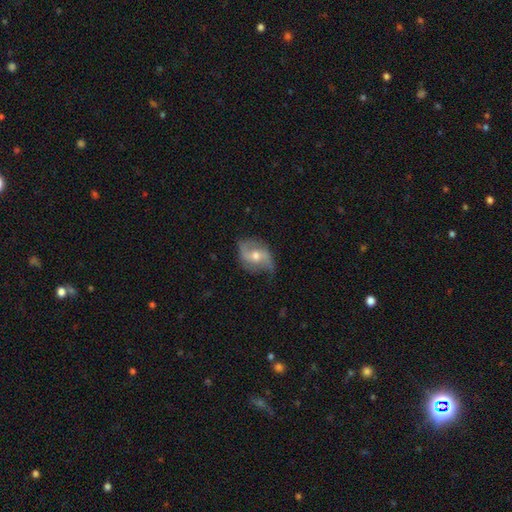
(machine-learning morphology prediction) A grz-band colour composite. It shows a featured or disk galaxy (77%) with no bar (42%), 2 (88%) loose (60%) spiral arms (92%) and a moderate central bulge (67%). Merging: none (67%).